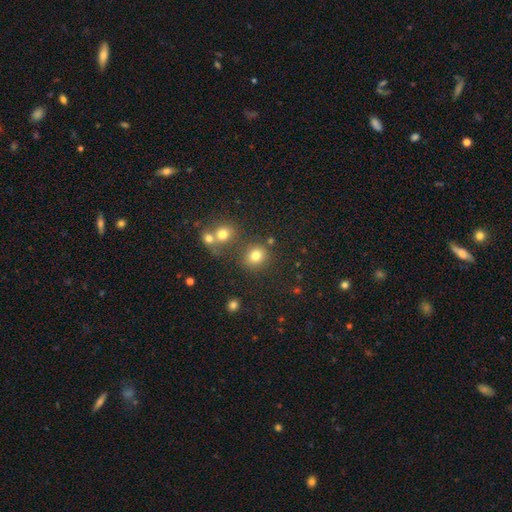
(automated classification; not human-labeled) Q: Smooth or featured?
A: smooth (77%); runner-up: star or artifact (15%)
Q: How rounded?
A: round (77%); runner-up: in between (22%)
Q: Merging?
A: none (73%); runner-up: merger (13%)